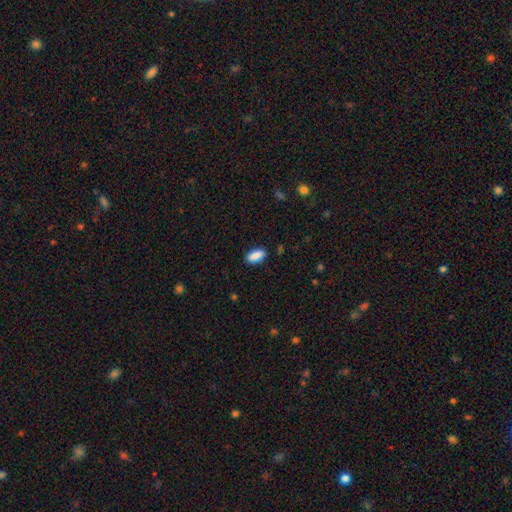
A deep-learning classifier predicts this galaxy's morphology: Q: Smooth or featured?
A: smooth (88%); runner-up: star or artifact (7%)
Q: How rounded?
A: in between (86%); runner-up: cigar-shaped (11%)
Q: Merging?
A: none (86%); runner-up: minor disturbance (11%)